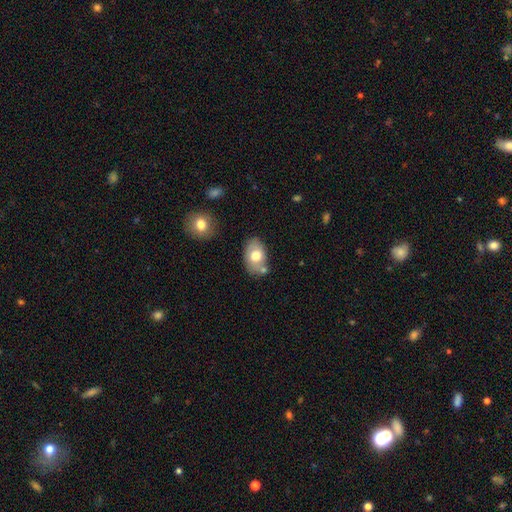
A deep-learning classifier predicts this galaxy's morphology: Smooth or featured? smooth (70%)
How rounded? in between (85%)
Merging? none (62%)